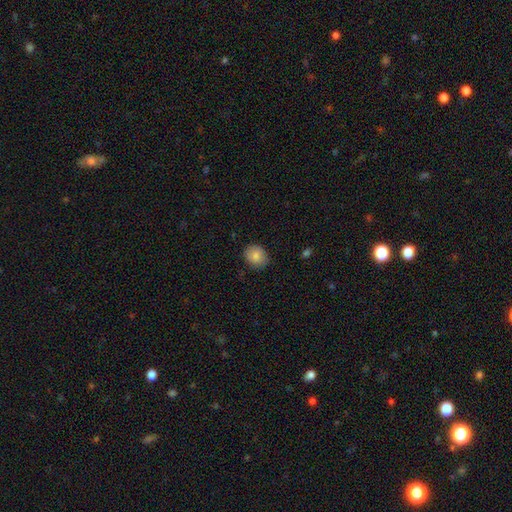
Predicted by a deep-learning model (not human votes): smooth-or-featured: smooth: 83% | featured or disk: 9% | star or artifact: 8%
  how-rounded: round: 59% | in between: 40% | cigar-shaped: 1%
  merging: none: 83% | minor disturbance: 13% | major disturbance: 3% | merger: 1%